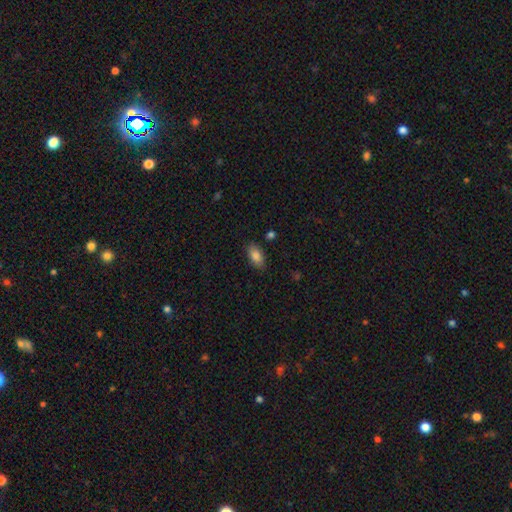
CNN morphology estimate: The model was most divided on "merging": none: 85%, minor disturbance: 11%, major disturbance: 3%, merger: 2%. More confident: how rounded — in between (92%); smooth or featured — smooth (85%).